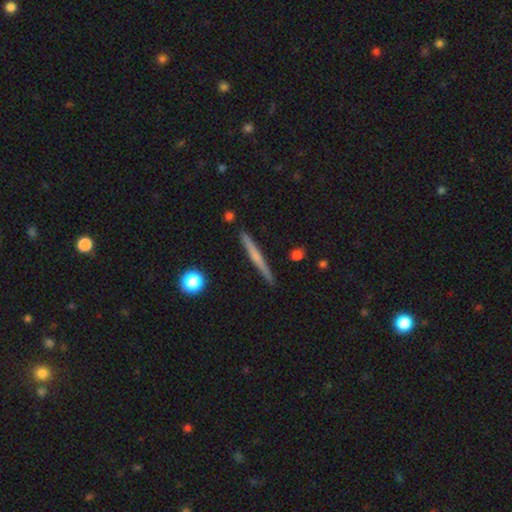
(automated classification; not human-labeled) smooth_or_featured: featured or disk (p=0.49) [alt: smooth p=0.45]
merging: none (p=0.91) [alt: minor disturbance p=0.07]